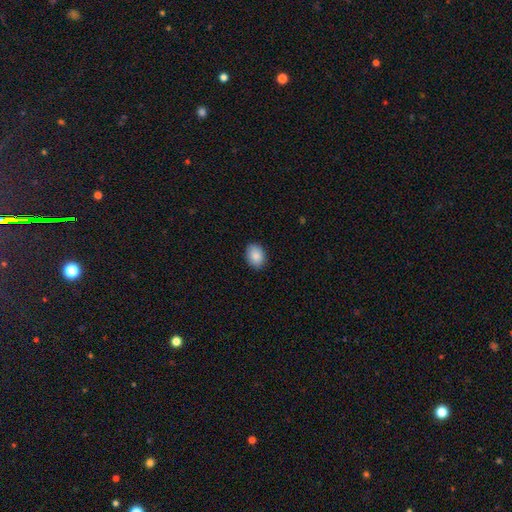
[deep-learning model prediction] The model was most divided on "how rounded": in between: 70%, round: 29%, cigar-shaped: 1%. More confident: smooth or featured — smooth (88%); merging — none (88%).